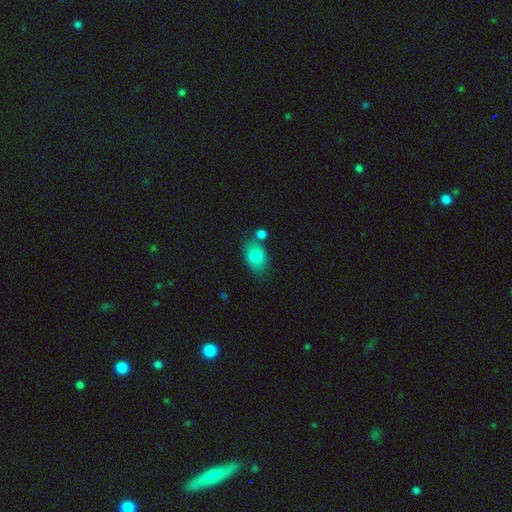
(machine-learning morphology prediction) Smooth or featured?
  - smooth: 82% *
  - featured or disk: 10%
  - star or artifact: 8%
How rounded?
  - in between: 80% *
  - round: 19%
  - cigar-shaped: 1%
Merging?
  - none: 63% *
  - minor disturbance: 18%
  - merger: 14%
  - major disturbance: 5%